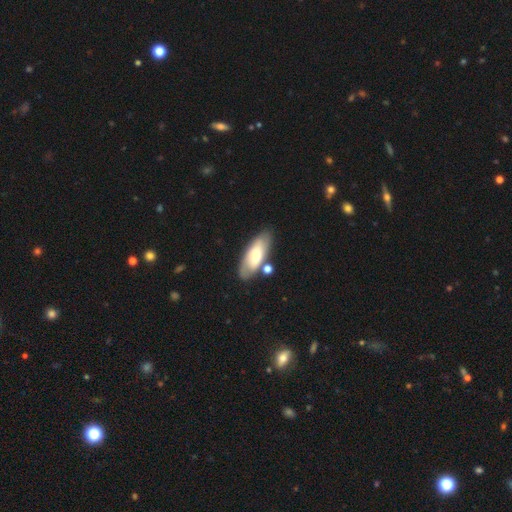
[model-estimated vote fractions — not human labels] This is likely a smooth galaxy (60%). How rounded: likely in between (74%). Merging: likely none (70%).